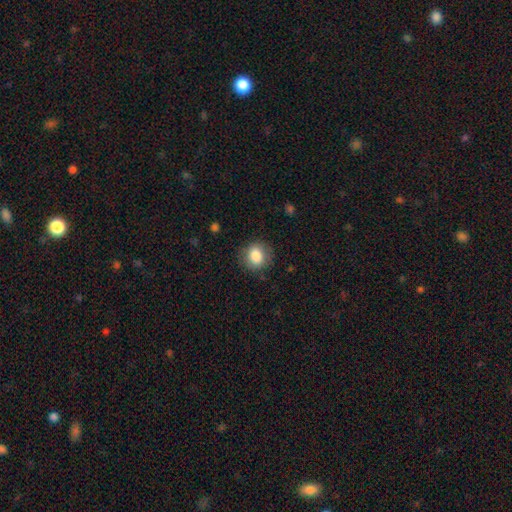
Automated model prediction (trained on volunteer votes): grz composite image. It shows a smooth galaxy with no disk features (85%) that is round (77%). Merging: none (83%).